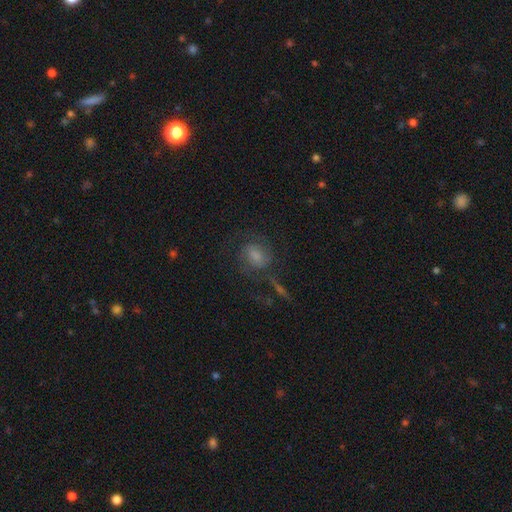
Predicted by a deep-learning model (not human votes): Smooth or featured? Predicted: featured or disk (p=0.52). Edge-on disk? Predicted: no (p=0.96). Bar? Predicted: no (p=0.47). Spiral arms? Predicted: yes (p=0.86). Bulge size? Predicted: moderate (p=0.38). Merging? Predicted: none (p=0.61).